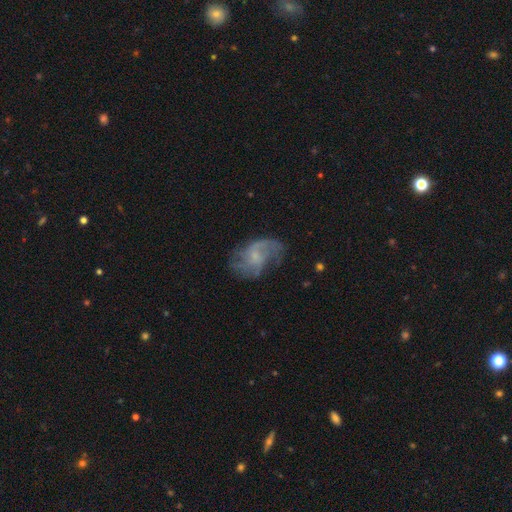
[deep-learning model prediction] Q: Smooth or featured?
A: featured or disk (73%); runner-up: smooth (19%)
Q: Edge-on disk?
A: no (97%); runner-up: yes (3%)
Q: Bar?
A: no (62%); runner-up: weak (34%)
Q: Spiral arms?
A: yes (86%); runner-up: no (14%)
Q: Spiral winding?
A: loose (47%); runner-up: medium (39%)
Q: Spiral arm count?
A: 2 (44%); runner-up: can't tell (26%)
Q: Bulge size?
A: small (55%); runner-up: none (22%)
Q: Merging?
A: none (55%); runner-up: minor disturbance (23%)